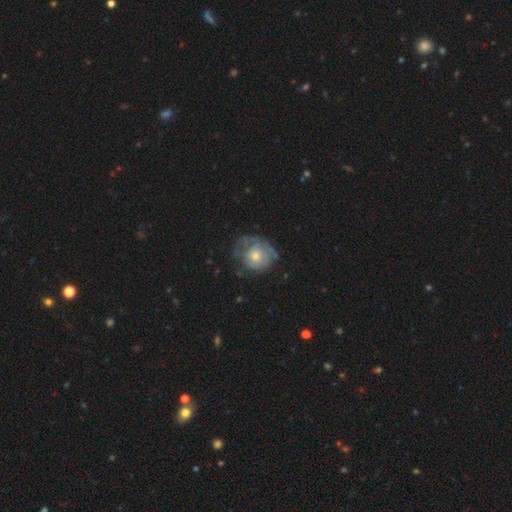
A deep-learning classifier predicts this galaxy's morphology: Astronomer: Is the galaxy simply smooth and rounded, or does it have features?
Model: featured or disk — 49% (runner-up: smooth, 43%).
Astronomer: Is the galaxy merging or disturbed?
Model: none — 48% (runner-up: minor disturbance, 28%).